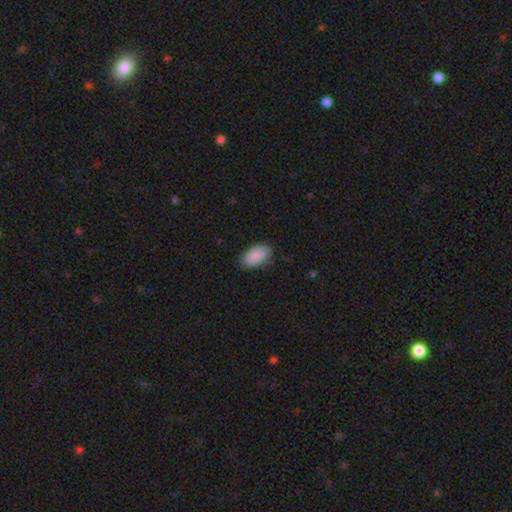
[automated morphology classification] Smooth or featured? Predicted: smooth (p=0.90). How rounded? Predicted: in between (p=0.94). Merging? Predicted: none (p=0.81).